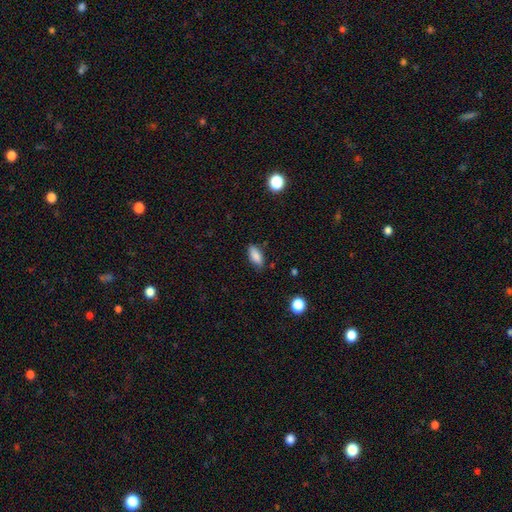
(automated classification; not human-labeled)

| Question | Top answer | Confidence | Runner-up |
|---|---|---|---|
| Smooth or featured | smooth | 86% | star or artifact (8%) |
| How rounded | in between | 84% | cigar-shaped (13%) |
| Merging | none | 81% | minor disturbance (15%) |